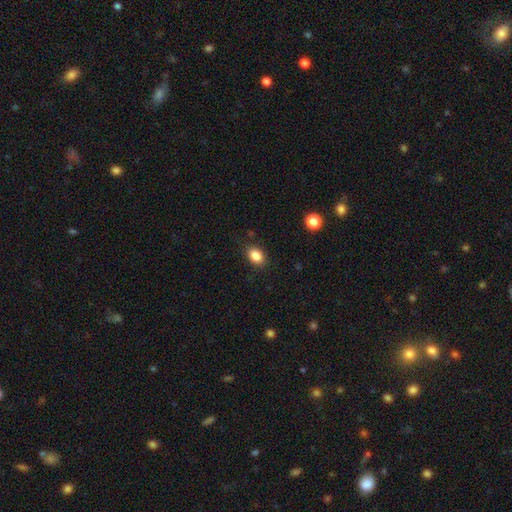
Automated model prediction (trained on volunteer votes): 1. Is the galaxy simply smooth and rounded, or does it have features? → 86% smooth, 9% star or artifact, 5% featured or disk.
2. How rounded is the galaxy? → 76% in between, 23% round, 1% cigar-shaped.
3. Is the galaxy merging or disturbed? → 86% none, 10% minor disturbance, 2% major disturbance, 1% merger.